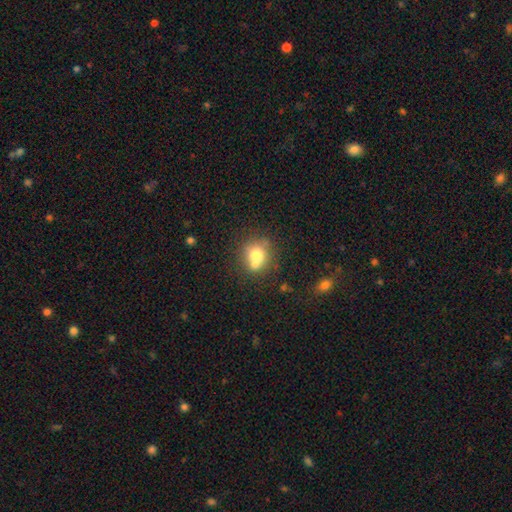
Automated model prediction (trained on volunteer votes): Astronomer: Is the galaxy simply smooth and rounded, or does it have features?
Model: smooth — 70%.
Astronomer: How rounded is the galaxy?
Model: round — 83%.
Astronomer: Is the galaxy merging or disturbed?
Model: none — 49% (runner-up: merger, 37%).